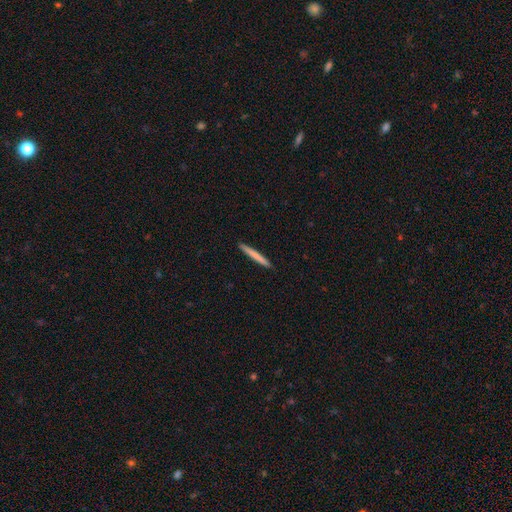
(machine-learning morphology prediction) smooth-or-featured: smooth: 72% | featured or disk: 22% | star or artifact: 5%
  how-rounded: cigar-shaped: 97% | in between: 2% | round: 1%
  merging: none: 93% | minor disturbance: 5% | major disturbance: 1% | merger: 1%